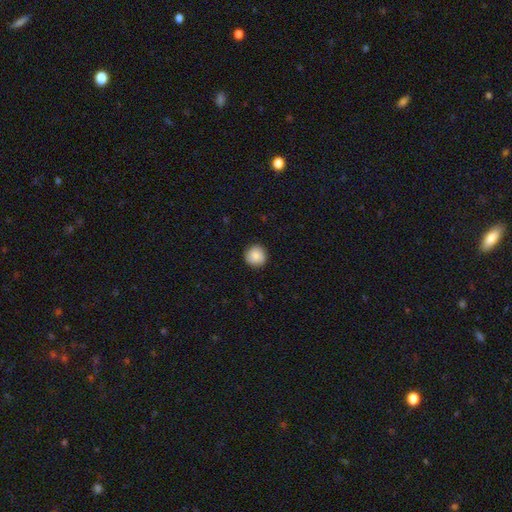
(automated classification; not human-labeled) Morphology: type=smooth (86%); roundness=round (94%); merging=none (90%).